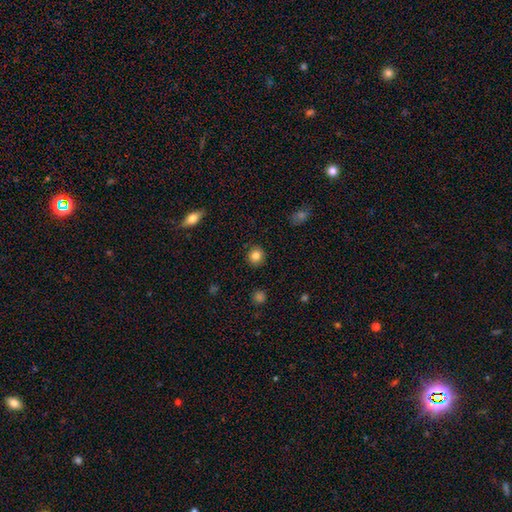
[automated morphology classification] A smooth galaxy with no disk features (83%) that is round (90%). Merging: none (91%).